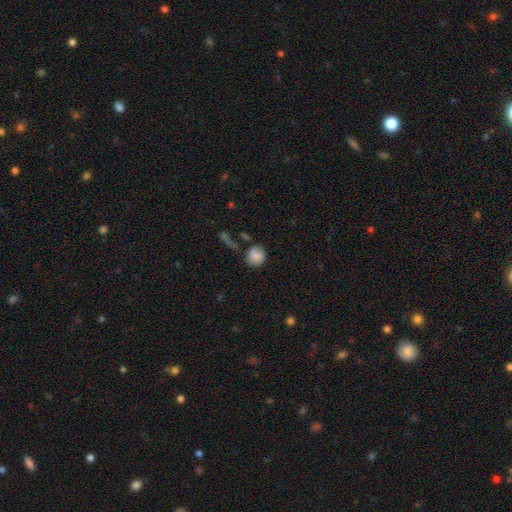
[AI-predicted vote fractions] Smooth or featured?
  - smooth: 84% *
  - star or artifact: 9%
  - featured or disk: 7%
How rounded?
  - round: 82% *
  - in between: 17%
  - cigar-shaped: 1%
Merging?
  - none: 66% *
  - minor disturbance: 20%
  - merger: 7%
  - major disturbance: 6%